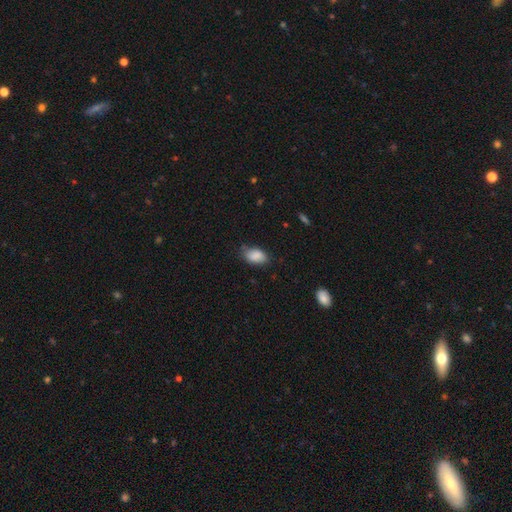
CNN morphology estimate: This is clearly a smooth galaxy (87%). How rounded: clearly in between (90%). Merging: likely none (70%).